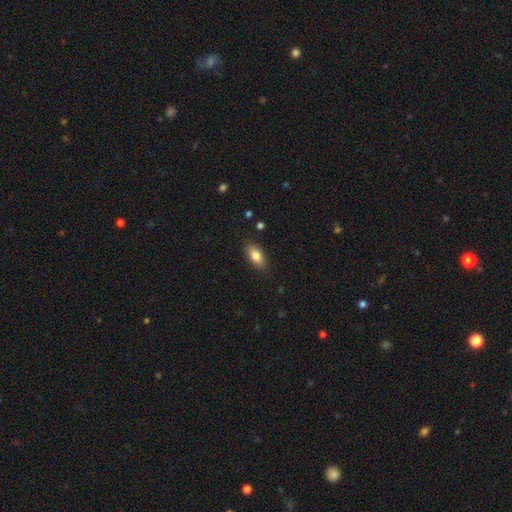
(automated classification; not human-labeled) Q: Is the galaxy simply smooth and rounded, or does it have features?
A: smooth — 83%.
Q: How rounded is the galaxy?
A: in between — 88%.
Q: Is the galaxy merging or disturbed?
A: none — 86%.